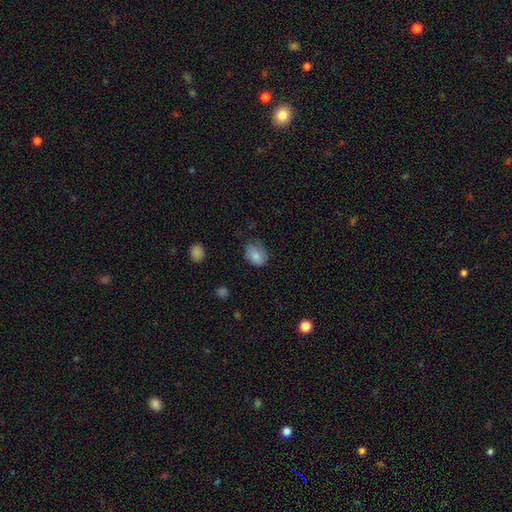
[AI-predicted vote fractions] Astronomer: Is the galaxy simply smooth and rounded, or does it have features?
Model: smooth — 84%.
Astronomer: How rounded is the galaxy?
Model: in between — 70%.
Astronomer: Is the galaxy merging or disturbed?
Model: none — 61%.